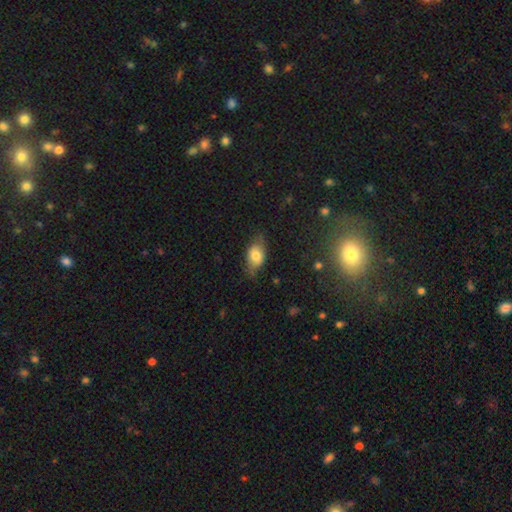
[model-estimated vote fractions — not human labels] Smooth or featured: smooth — 72% (featured or disk — 20%)
How rounded: in between — 86% (round — 11%)
Merging: none — 66% (minor disturbance — 26%)